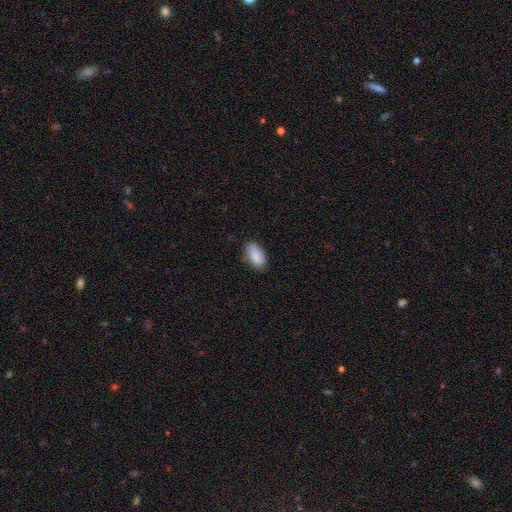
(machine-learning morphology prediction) Smooth or featured?
  - smooth: 87% *
  - star or artifact: 7%
  - featured or disk: 6%
How rounded?
  - in between: 92% *
  - cigar-shaped: 5%
  - round: 3%
Merging?
  - none: 76% *
  - minor disturbance: 19%
  - major disturbance: 3%
  - merger: 1%